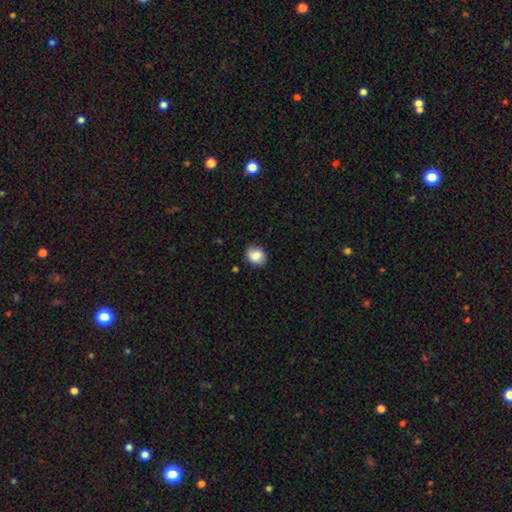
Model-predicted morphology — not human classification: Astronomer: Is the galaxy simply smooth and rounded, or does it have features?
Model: smooth — 83%.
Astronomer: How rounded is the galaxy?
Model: round — 56% (runner-up: in between, 43%).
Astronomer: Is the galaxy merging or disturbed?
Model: none — 82%.